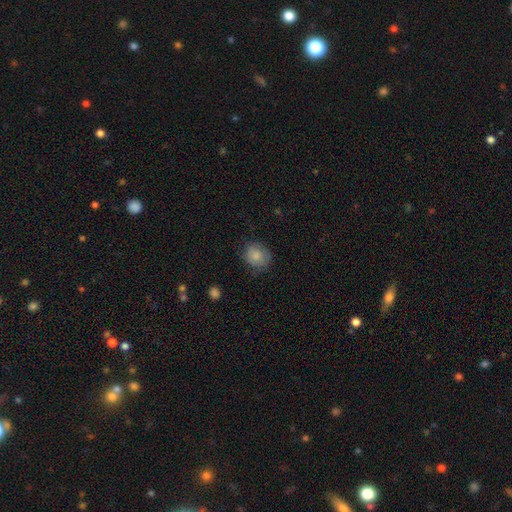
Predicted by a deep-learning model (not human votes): smooth-or-featured: smooth: 83% | featured or disk: 9% | star or artifact: 8%
  how-rounded: round: 69% | in between: 30% | cigar-shaped: 1%
  merging: none: 72% | minor disturbance: 21% | major disturbance: 5% | merger: 1%